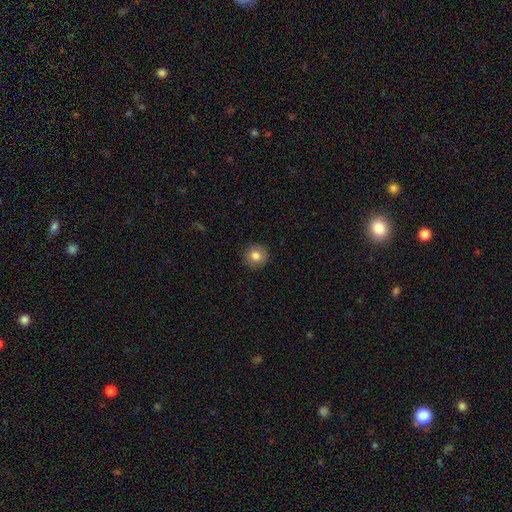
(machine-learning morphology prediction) A smooth galaxy with no disk features (83%) that is round (93%).

Vote fractions:
- Smooth or featured? smooth: 83% / star or artifact: 9% / featured or disk: 8%
- How rounded? round: 93% / in between: 6% / cigar-shaped: 1%
- Merging? none: 91% / minor disturbance: 6% / major disturbance: 2% / merger: 1%